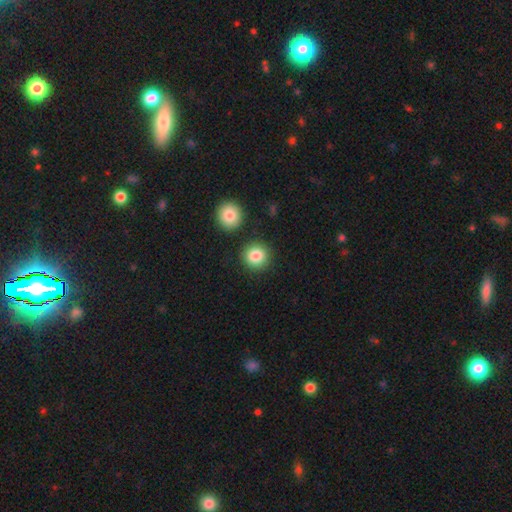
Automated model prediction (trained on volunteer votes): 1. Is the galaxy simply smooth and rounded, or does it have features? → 85% smooth, 9% star or artifact, 6% featured or disk.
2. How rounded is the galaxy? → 92% round, 7% in between, 1% cigar-shaped.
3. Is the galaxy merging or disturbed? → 85% none, 7% minor disturbance, 6% merger, 3% major disturbance.